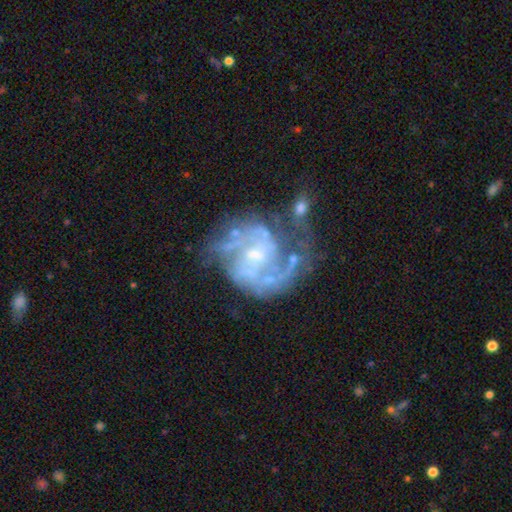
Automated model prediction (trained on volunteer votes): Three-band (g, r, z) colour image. It shows a featured or disk galaxy (88%) with no bar (49%), 2 (68%) medium (51%) spiral arms (93%) and a small central bulge (55%). Merging: none (54%).